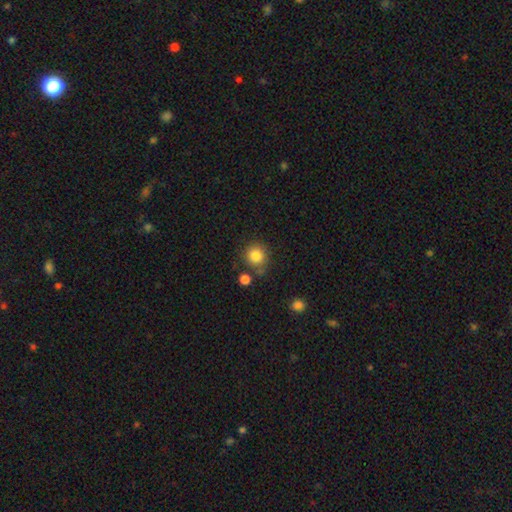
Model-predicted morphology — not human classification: smooth 83%, star or artifact 11%, featured or disk 6%. Down the decision tree: how rounded — round (90%); merging — none (75%).